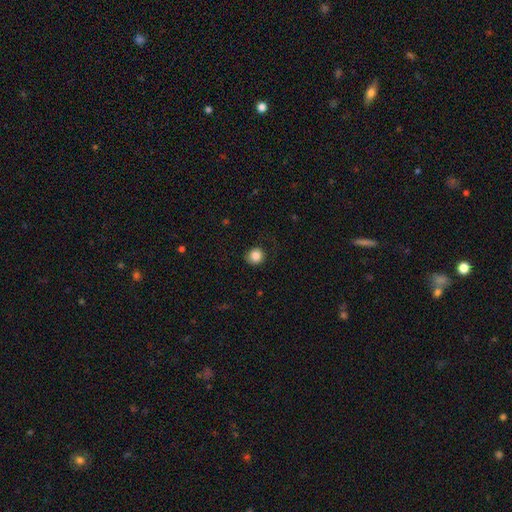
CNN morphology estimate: Smooth or featured? Predicted: smooth (p=0.85). How rounded? Predicted: round (p=0.90). Merging? Predicted: none (p=0.85).